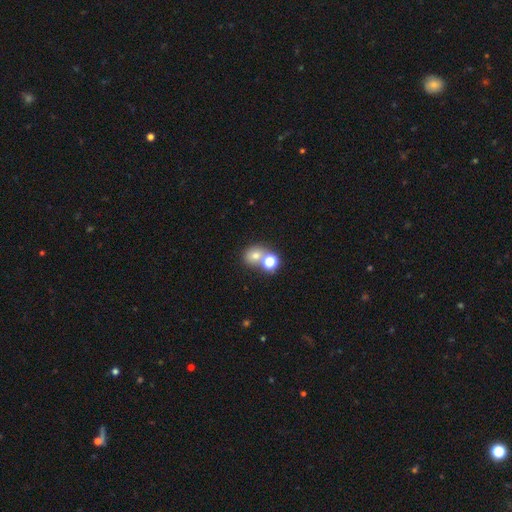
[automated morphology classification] Q: Smooth or featured?
A: smooth (69%); runner-up: star or artifact (19%)
Q: How rounded?
A: round (72%); runner-up: in between (27%)
Q: Merging?
A: none (48%); runner-up: merger (40%)